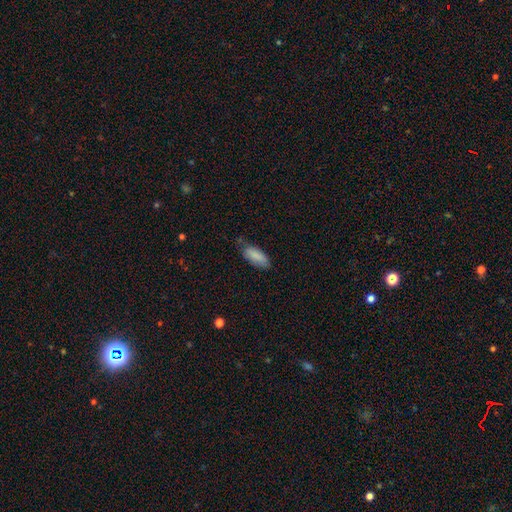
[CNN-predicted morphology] smooth-or-featured: smooth: 86% | featured or disk: 7% | star or artifact: 6%
  how-rounded: in between: 77% | cigar-shaped: 21% | round: 2%
  merging: none: 65% | minor disturbance: 28% | major disturbance: 5% | merger: 2%